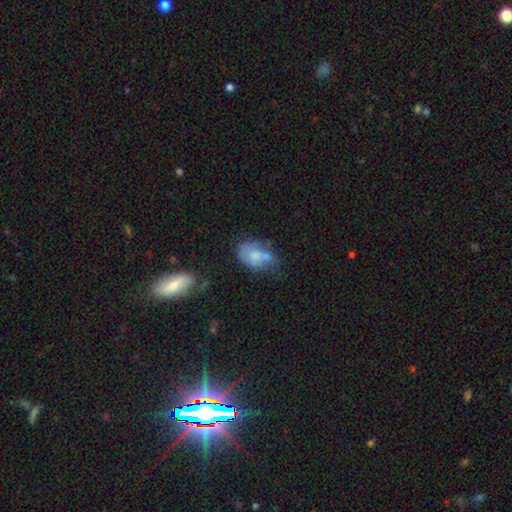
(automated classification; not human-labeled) Morphology: type=smooth (63%); roundness=in between (84%); merging=none (31%).